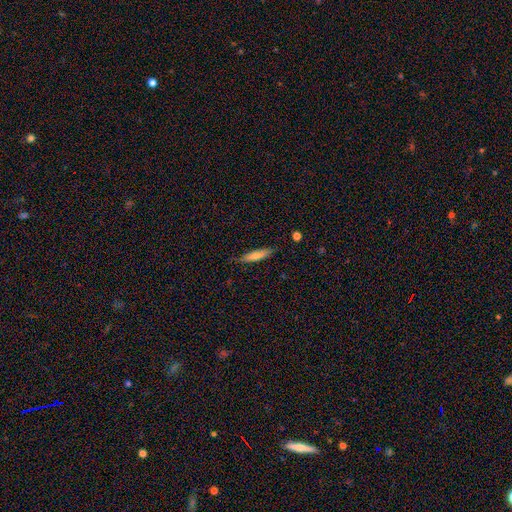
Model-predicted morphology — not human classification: type=smooth (62%); roundness=cigar-shaped (80%); merging=none (83%).